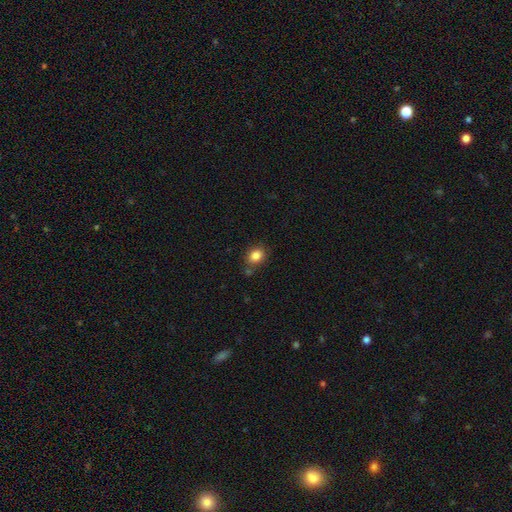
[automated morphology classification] Overall: smooth (85%). How rounded: in between (55%; round 44%). Merging: none (74%).